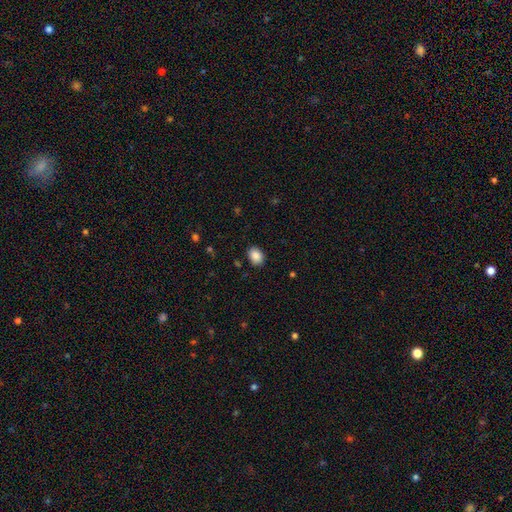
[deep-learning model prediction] smooth-or-featured: smooth: 88% | star or artifact: 8% | featured or disk: 4%
  how-rounded: in between: 65% | round: 34% | cigar-shaped: 1%
  merging: none: 87% | minor disturbance: 10% | major disturbance: 2% | merger: 1%